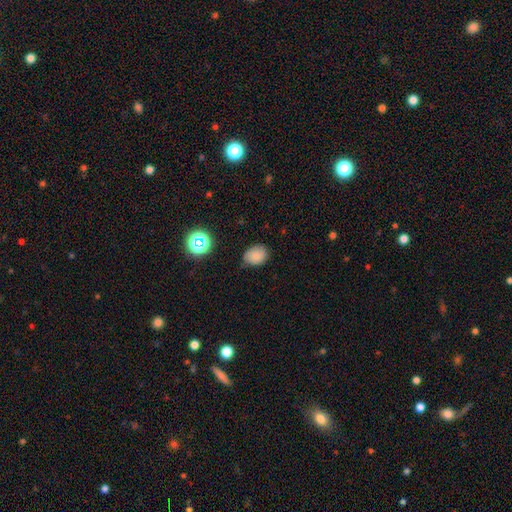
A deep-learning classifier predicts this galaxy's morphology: Smooth or featured: smooth — 80% (star or artifact — 14%)
How rounded: in between — 54% (round — 45%)
Merging: none — 69% (minor disturbance — 25%)